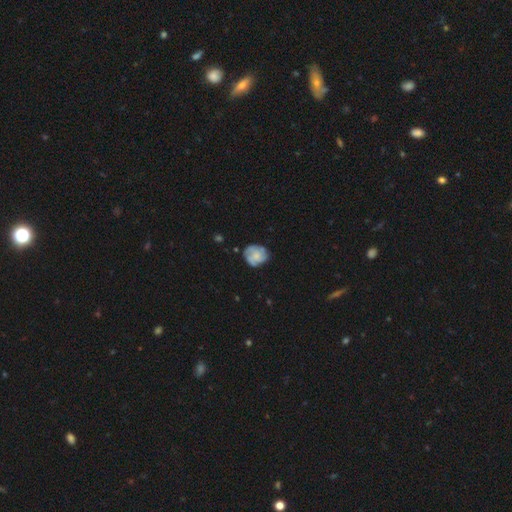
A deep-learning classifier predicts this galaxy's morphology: Q: Smooth or featured?
A: featured or disk (56%); runner-up: smooth (37%)
Q: Edge-on disk?
A: no (98%); runner-up: yes (2%)
Q: Bar?
A: no (77%); runner-up: weak (20%)
Q: Spiral arms?
A: yes (84%); runner-up: no (16%)
Q: Bulge size?
A: small (41%); runner-up: moderate (29%)
Q: Merging?
A: none (70%); runner-up: minor disturbance (22%)